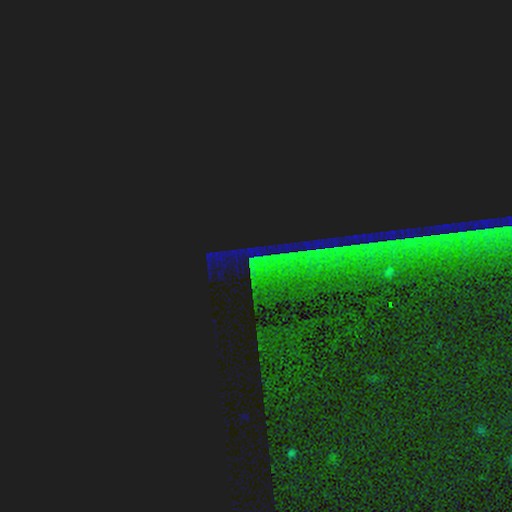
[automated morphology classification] smooth-or-featured: star or artifact: 88% | featured or disk: 6% | smooth: 5%